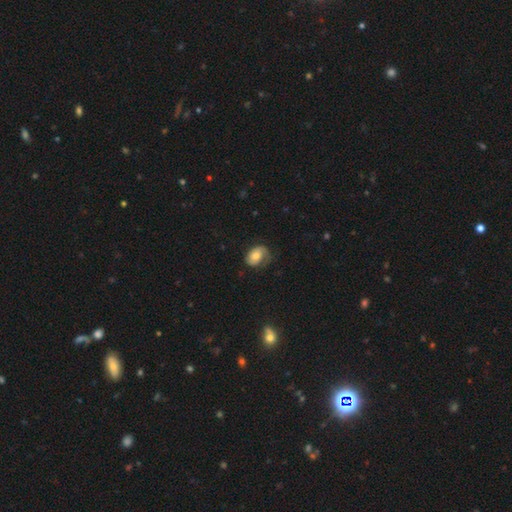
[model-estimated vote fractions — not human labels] smooth 53%, featured or disk 39%, star or artifact 8%. Down the decision tree: how rounded — in between (76%); merging — none (52%).